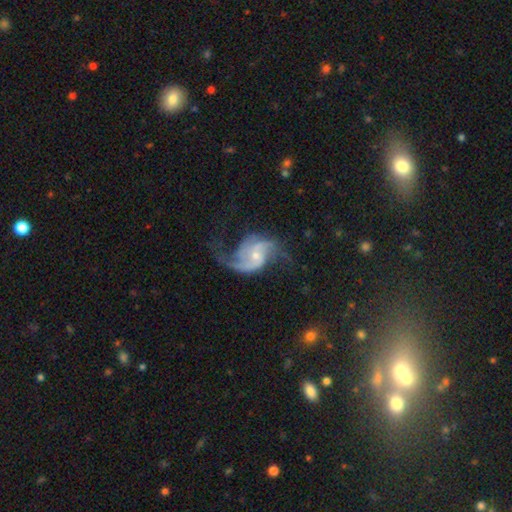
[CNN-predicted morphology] smooth-or-featured: featured or disk: 89% | smooth: 6% | star or artifact: 5%
  disk-edge-on: no: 98% | yes: 2%
    bar: no: 62% | weak: 30% | strong: 8%
    has-spiral-arms: yes: 97% | no: 3%
      spiral-winding: loose: 49% | medium: 40% | tight: 12%
      spiral-arm-count: 2: 70% | 3: 14% | can't tell: 6% | 1: 4% | 4: 3% | more than 4: 3%
    bulge-size: small: 61% | moderate: 34% | none: 2% | large: 2% | dominant: 1%
  merging: none: 58% | major disturbance: 21% | minor disturbance: 20% | merger: 2%